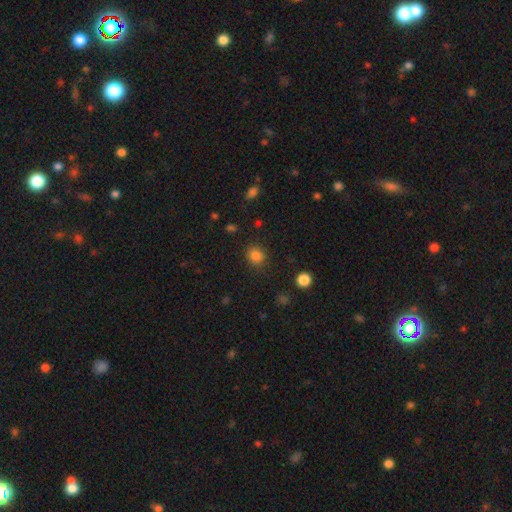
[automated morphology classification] A smooth galaxy with no disk features (83%) that is round (76%).

Vote fractions:
- Smooth or featured? smooth: 83% / star or artifact: 12% / featured or disk: 4%
- How rounded? round: 76% / in between: 23% / cigar-shaped: 1%
- Merging? none: 85% / minor disturbance: 10% / major disturbance: 3% / merger: 2%